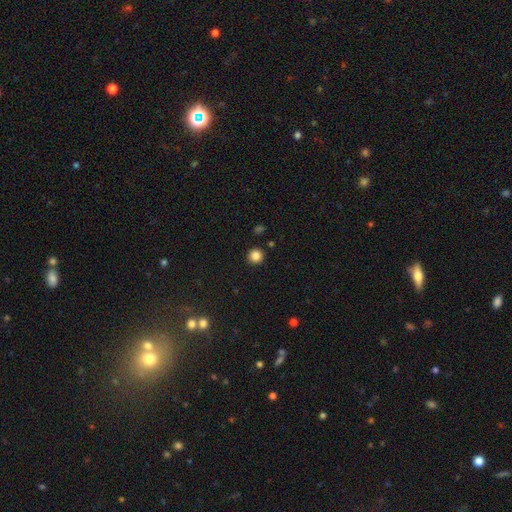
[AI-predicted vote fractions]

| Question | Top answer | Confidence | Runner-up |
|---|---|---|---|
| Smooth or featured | smooth | 85% | star or artifact (11%) |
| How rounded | round | 95% | in between (4%) |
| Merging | none | 92% | minor disturbance (5%) |